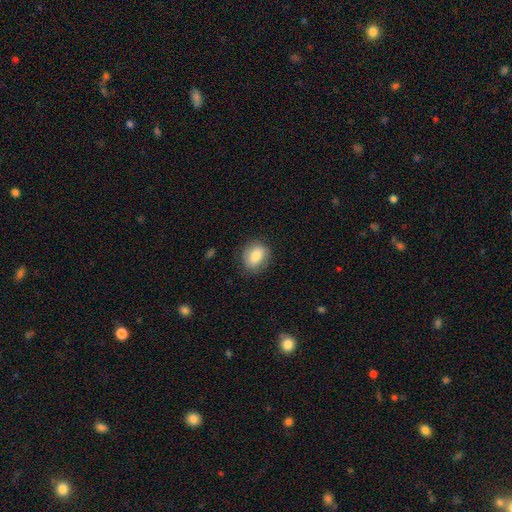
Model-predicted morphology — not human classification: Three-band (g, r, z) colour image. It shows a smooth galaxy with no disk features (80%) that is in between round and cigar-shaped (50%). Merging: none (83%).